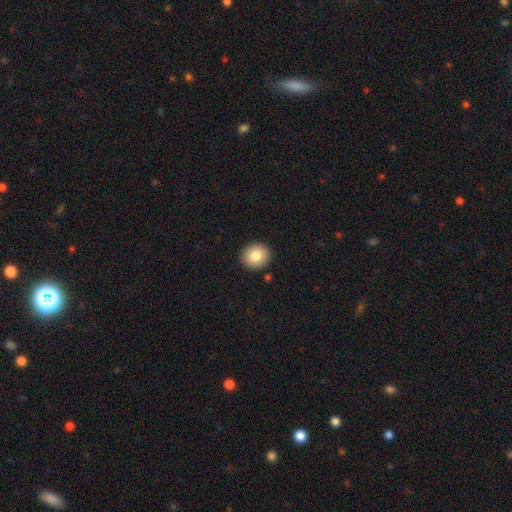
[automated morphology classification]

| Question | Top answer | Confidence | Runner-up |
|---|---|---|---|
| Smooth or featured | smooth | 82% | featured or disk (10%) |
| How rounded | round | 84% | in between (15%) |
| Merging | none | 91% | minor disturbance (6%) |